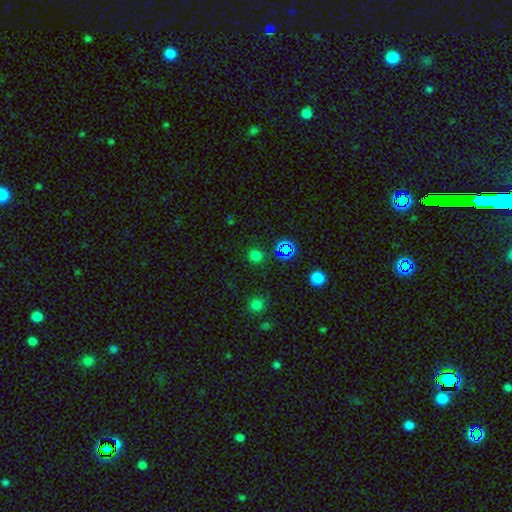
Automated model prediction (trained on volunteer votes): Overall: smooth (68%; star or artifact 28%). How rounded: round (89%). Merging: none (85%).